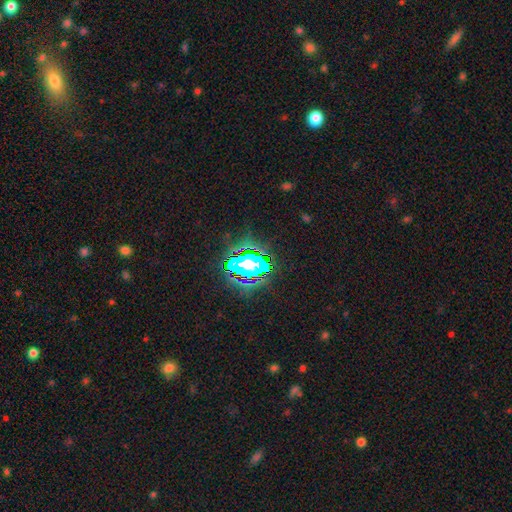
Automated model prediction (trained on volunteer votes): Q: Smooth or featured?
A: star or artifact (77%); runner-up: smooth (15%)